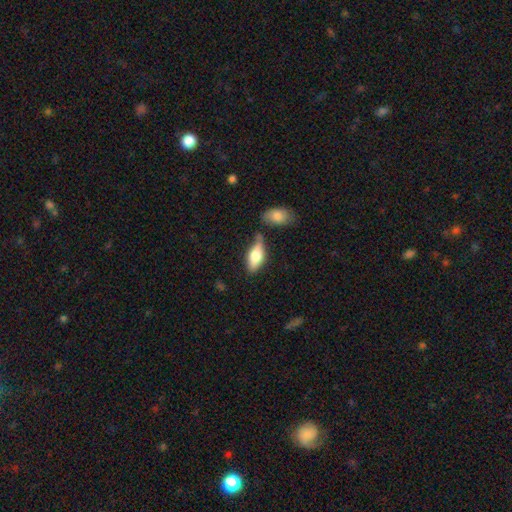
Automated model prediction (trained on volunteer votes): Overall: smooth (68%). How rounded: in between (79%). Merging: none (60%).